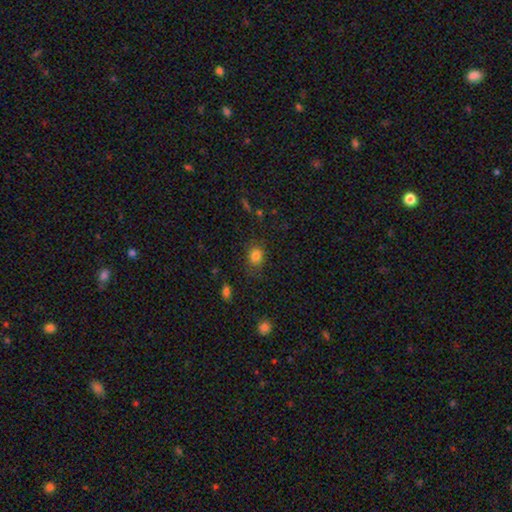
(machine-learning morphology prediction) smooth_or_featured: smooth (p=0.81) [alt: star or artifact p=0.12]
how_rounded: round (p=0.53) [alt: in between p=0.46]
merging: none (p=0.77) [alt: minor disturbance p=0.16]